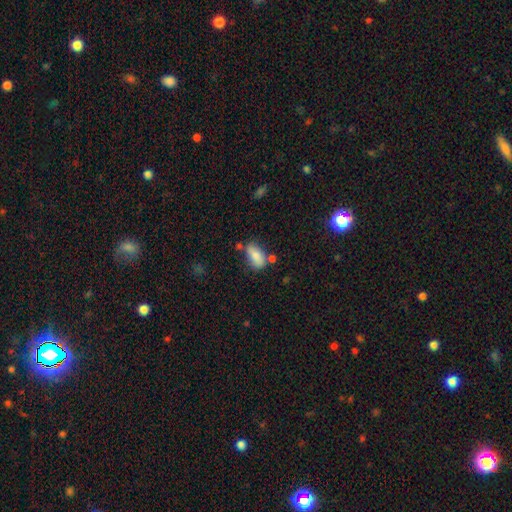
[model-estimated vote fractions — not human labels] Q: Smooth or featured?
A: smooth (78%); runner-up: featured or disk (14%)
Q: How rounded?
A: in between (90%); runner-up: round (5%)
Q: Merging?
A: none (56%); runner-up: minor disturbance (23%)